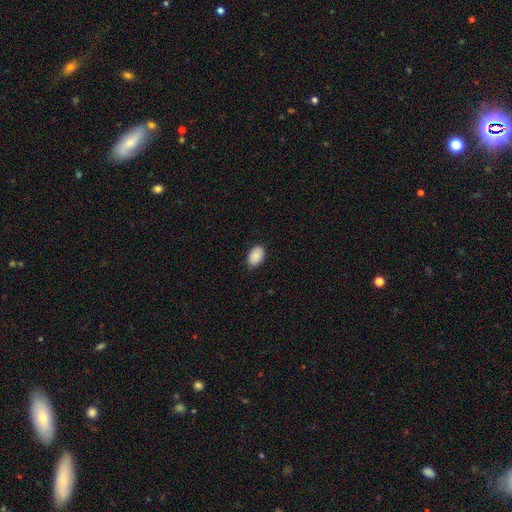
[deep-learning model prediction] Morphology: type=smooth (89%); roundness=in between (91%); merging=none (88%).